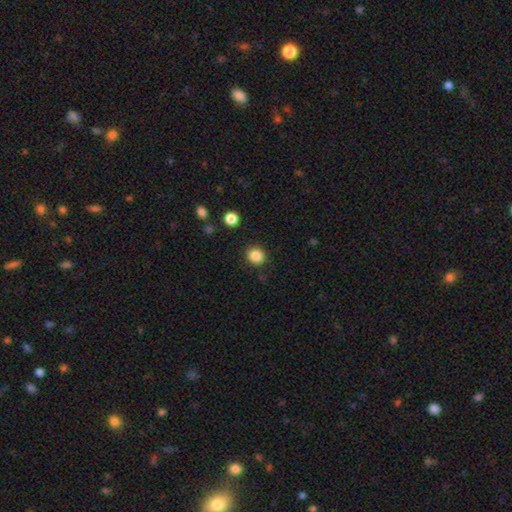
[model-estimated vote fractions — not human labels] smooth-or-featured: smooth: 85% | star or artifact: 11% | featured or disk: 4%
  how-rounded: round: 81% | in between: 18% | cigar-shaped: 1%
  merging: none: 89% | minor disturbance: 7% | major disturbance: 2% | merger: 2%